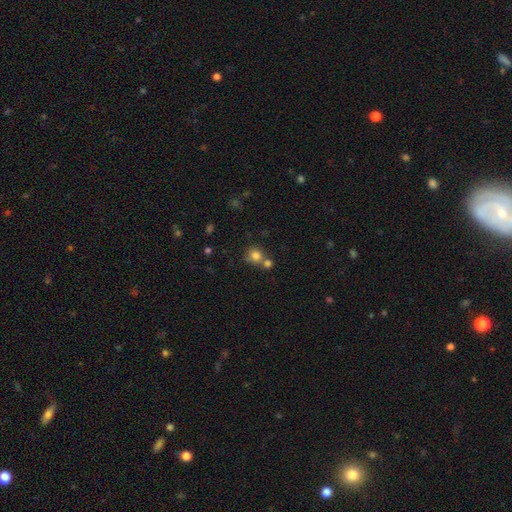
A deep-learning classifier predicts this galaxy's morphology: Q: Smooth or featured?
A: smooth (81%); runner-up: star or artifact (12%)
Q: How rounded?
A: round (88%); runner-up: in between (11%)
Q: Merging?
A: none (56%); runner-up: merger (32%)